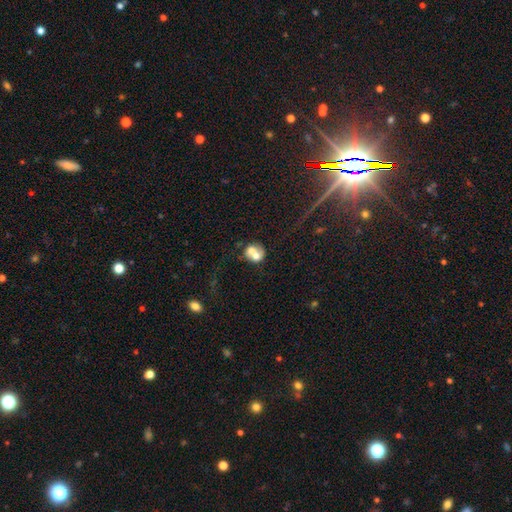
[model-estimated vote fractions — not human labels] smooth-or-featured: smooth: 58% | featured or disk: 32% | star or artifact: 10%
  how-rounded: round: 61% | in between: 38% | cigar-shaped: 1%
  merging: merger: 61% | none: 23% | minor disturbance: 10% | major disturbance: 7%